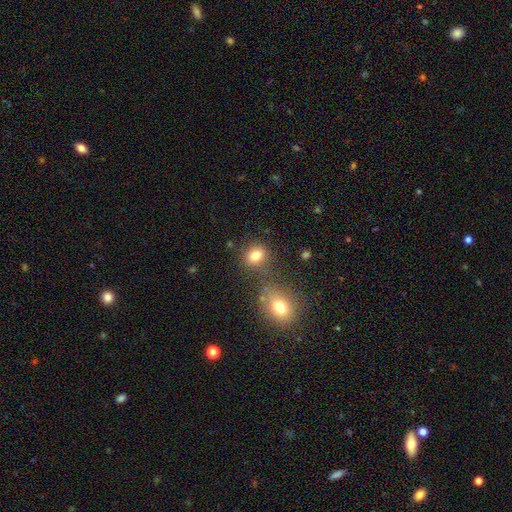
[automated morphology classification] Q: Smooth or featured?
A: smooth (79%); runner-up: star or artifact (13%)
Q: How rounded?
A: round (58%); runner-up: in between (40%)
Q: Merging?
A: none (68%); runner-up: merger (15%)